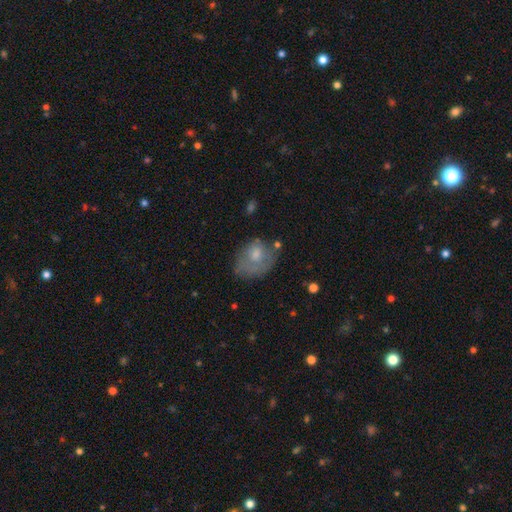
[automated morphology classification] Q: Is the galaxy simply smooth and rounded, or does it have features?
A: smooth — 59%.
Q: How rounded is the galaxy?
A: in between — 69%.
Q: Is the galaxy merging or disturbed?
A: none — 41%.